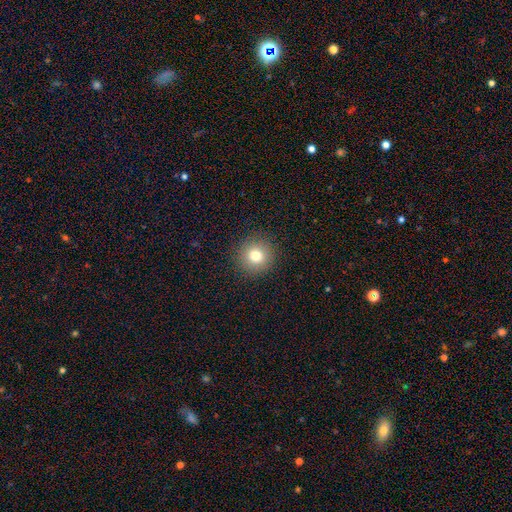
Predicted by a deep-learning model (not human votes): This appears to be a smooth galaxy with no disk features (78%) that is round (94%). Merging: none (91%).